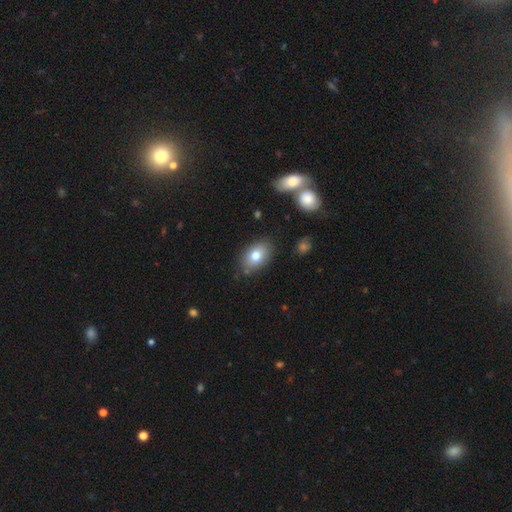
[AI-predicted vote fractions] Q: Smooth or featured?
A: smooth (77%); runner-up: featured or disk (14%)
Q: How rounded?
A: in between (84%); runner-up: round (14%)
Q: Merging?
A: none (83%); runner-up: minor disturbance (12%)